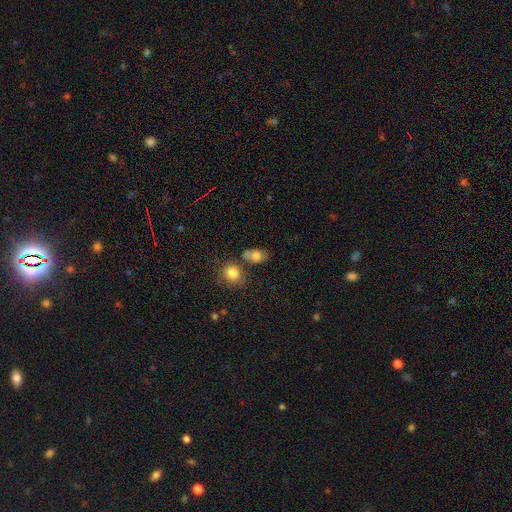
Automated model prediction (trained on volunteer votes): Smooth or featured? smooth (78%)
How rounded? in between (70%)
Merging? none (50%)